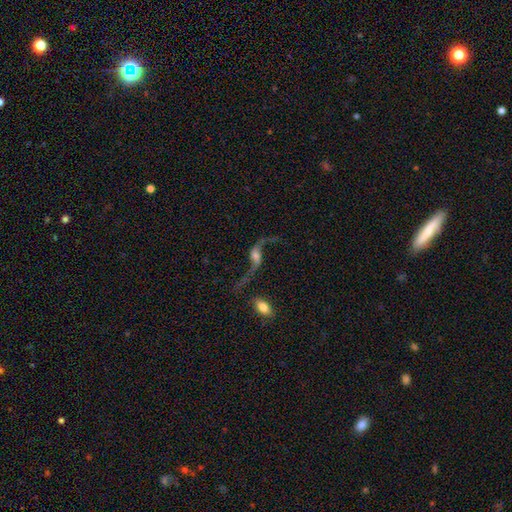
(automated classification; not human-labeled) Smooth or featured: featured or disk — 85% (smooth — 8%)
Edge-on disk: no — 92% (yes — 8%)
Bar: no — 48% (weak — 36%)
Spiral arms: yes — 94% (no — 6%)
Spiral winding: loose — 95% (medium — 3%)
Spiral arm count: 2 — 93% (1 — 3%)
Bulge size: moderate — 39% (small — 33%)
Merging: none — 60% (major disturbance — 17%)